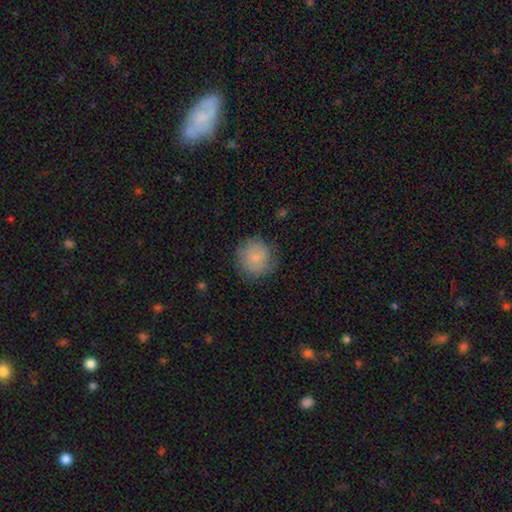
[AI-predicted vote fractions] Overall: smooth (79%). How rounded: round (93%). Merging: none (80%).